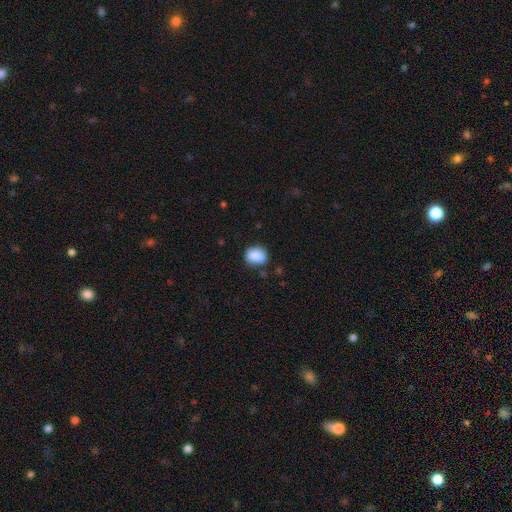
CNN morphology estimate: This is clearly a smooth galaxy (88%). How rounded: possibly in between (56%). Merging: likely none (79%).